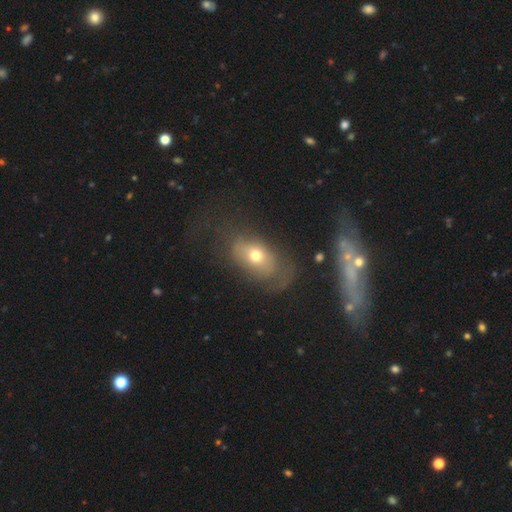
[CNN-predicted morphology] Smooth or featured: smooth — 59% (featured or disk — 29%)
How rounded: in between — 78% (round — 19%)
Merging: none — 47% (major disturbance — 28%)